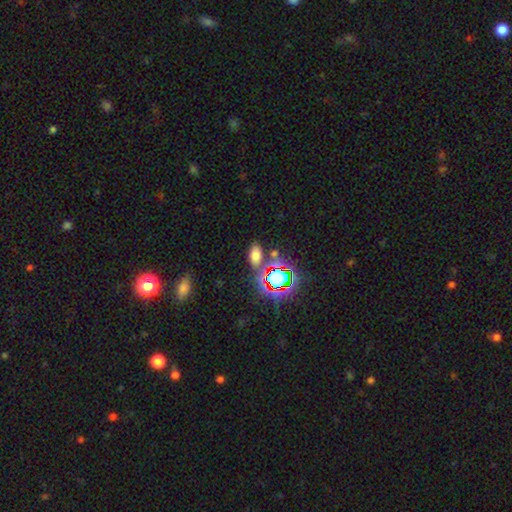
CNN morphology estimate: Overall: smooth (63%; star or artifact 28%). How rounded: in between (88%). Merging: none (73%).